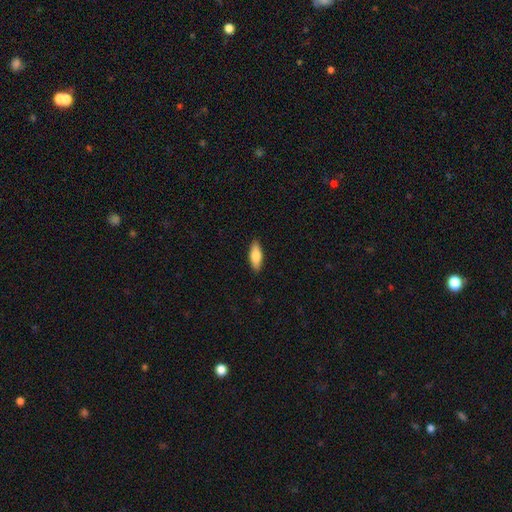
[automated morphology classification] Smooth or featured?
  - smooth: 80% *
  - featured or disk: 15%
  - star or artifact: 6%
How rounded?
  - in between: 66% *
  - cigar-shaped: 32%
  - round: 2%
Merging?
  - none: 89% *
  - minor disturbance: 8%
  - major disturbance: 2%
  - merger: 1%